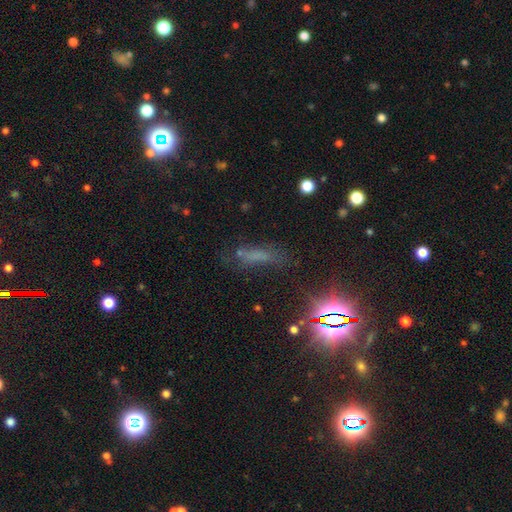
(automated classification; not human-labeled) Overall: smooth (44%; star or artifact 38%). Merging: none (57%; minor disturbance 22%).